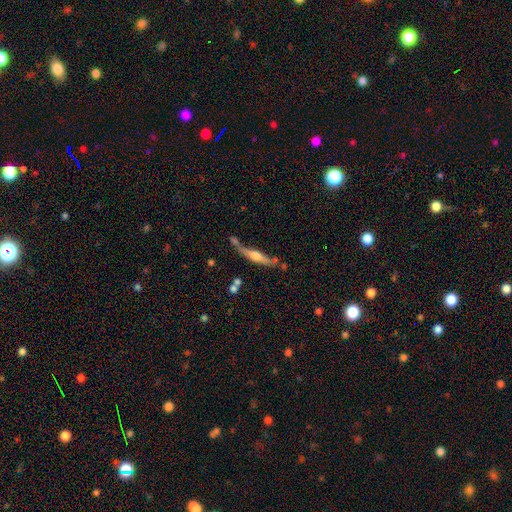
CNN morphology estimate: smooth-or-featured: featured or disk: 65% | smooth: 29% | star or artifact: 7%
  disk-edge-on: yes: 92% | no: 8%
    edge-on-bulge: rounded: 87% | boxy: 8% | none: 6%
  merging: none: 58% | minor disturbance: 19% | merger: 16% | major disturbance: 7%